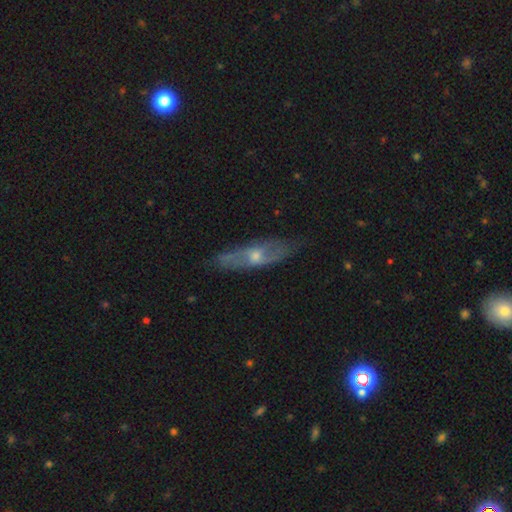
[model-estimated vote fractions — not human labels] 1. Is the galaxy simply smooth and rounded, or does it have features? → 62% featured or disk, 32% smooth, 7% star or artifact.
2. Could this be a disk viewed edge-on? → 58% no, 42% yes.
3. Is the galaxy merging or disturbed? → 72% none, 20% minor disturbance, 6% major disturbance, 2% merger.